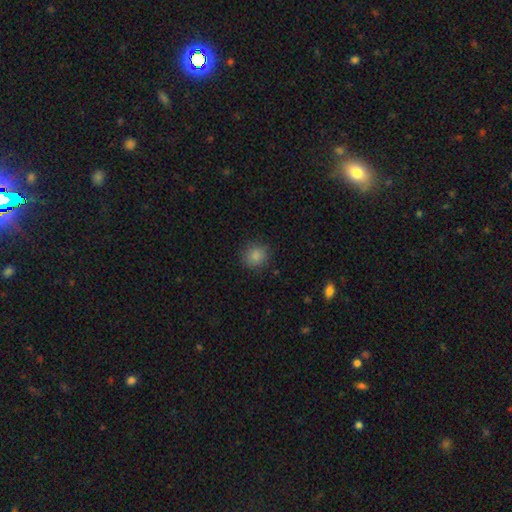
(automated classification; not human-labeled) smooth 86%, star or artifact 11%, featured or disk 3%. Down the decision tree: how rounded — round (86%); merging — none (86%).